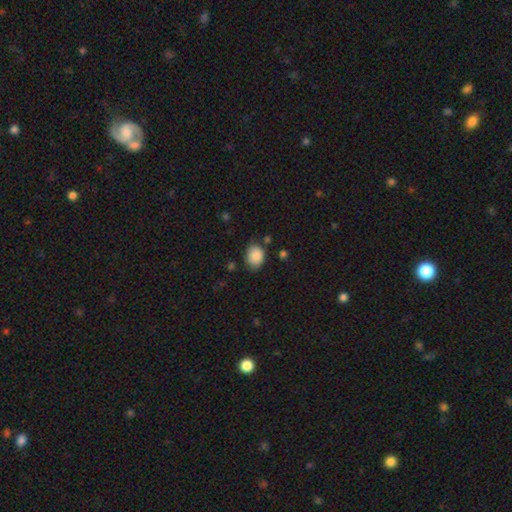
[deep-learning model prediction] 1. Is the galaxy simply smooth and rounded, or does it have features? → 87% smooth, 8% star or artifact, 5% featured or disk.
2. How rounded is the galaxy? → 50% in between, 49% round, 1% cigar-shaped.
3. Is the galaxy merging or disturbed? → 70% none, 23% minor disturbance, 5% major disturbance, 3% merger.